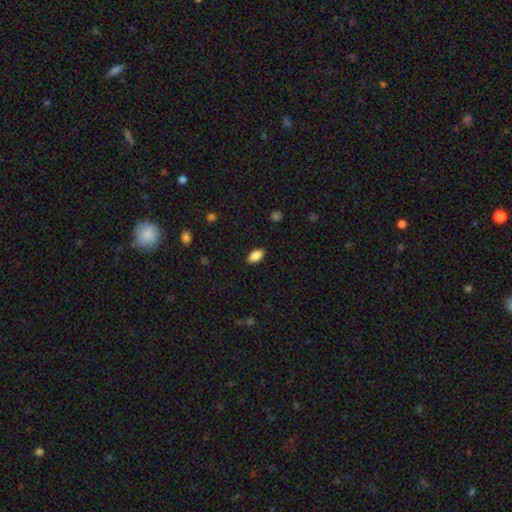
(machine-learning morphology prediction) type=smooth (85%); roundness=in between (91%); merging=none (87%).